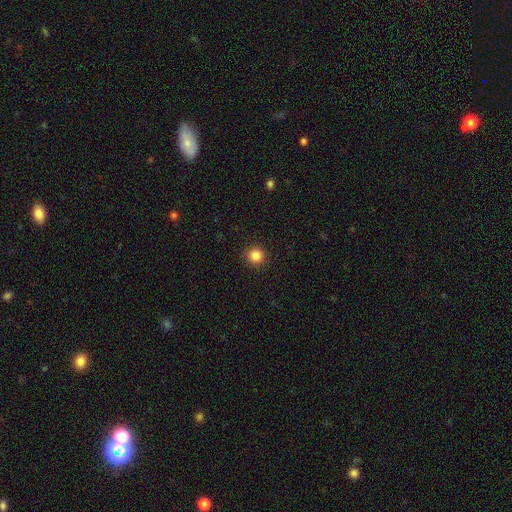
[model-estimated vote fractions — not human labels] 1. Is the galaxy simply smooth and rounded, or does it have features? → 84% smooth, 12% star or artifact, 4% featured or disk.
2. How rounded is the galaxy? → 94% round, 5% in between, 1% cigar-shaped.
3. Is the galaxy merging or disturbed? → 93% none, 5% minor disturbance, 2% major disturbance, 1% merger.